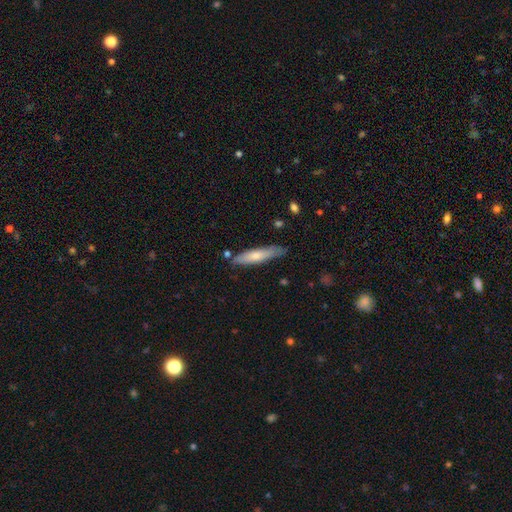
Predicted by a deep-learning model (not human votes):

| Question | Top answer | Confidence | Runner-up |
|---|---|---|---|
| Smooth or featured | smooth | 65% | featured or disk (29%) |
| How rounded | cigar-shaped | 83% | in between (16%) |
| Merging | none | 77% | minor disturbance (17%) |